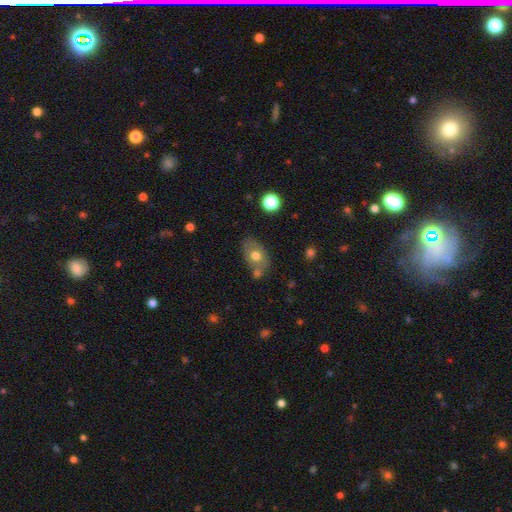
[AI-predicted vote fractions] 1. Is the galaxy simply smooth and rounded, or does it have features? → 62% smooth, 30% featured or disk, 8% star or artifact.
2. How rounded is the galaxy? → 79% in between, 19% round, 2% cigar-shaped.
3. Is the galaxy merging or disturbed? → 53% none, 21% minor disturbance, 19% merger, 7% major disturbance.